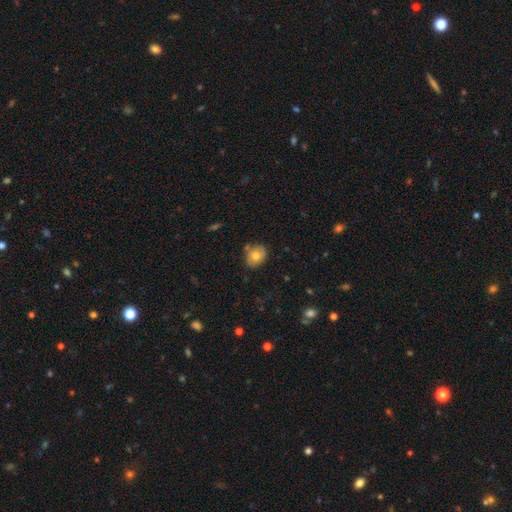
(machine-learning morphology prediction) A smooth galaxy with no disk features (69%) that is round (55%).

Vote fractions:
- Smooth or featured? smooth: 69% / featured or disk: 22% / star or artifact: 8%
- How rounded? round: 55% / in between: 44% / cigar-shaped: 1%
- Merging? none: 73% / minor disturbance: 17% / merger: 6% / major disturbance: 4%